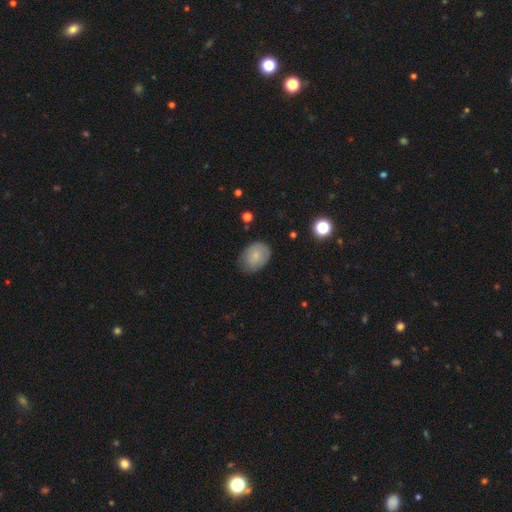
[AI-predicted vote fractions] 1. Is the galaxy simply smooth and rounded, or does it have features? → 74% smooth, 18% featured or disk, 8% star or artifact.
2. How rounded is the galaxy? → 69% in between, 30% round, 1% cigar-shaped.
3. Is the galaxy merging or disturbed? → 66% none, 26% minor disturbance, 6% major disturbance, 1% merger.